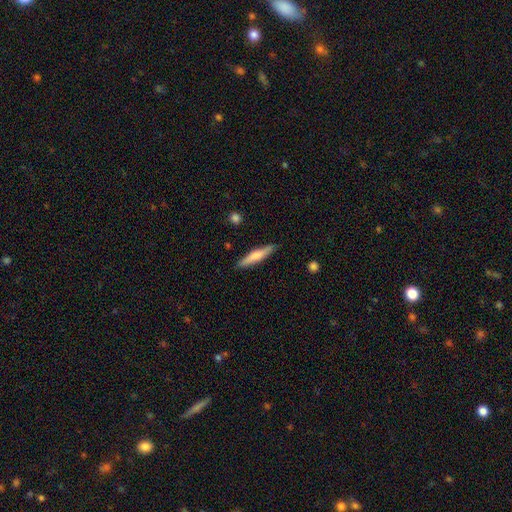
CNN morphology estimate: Overall: smooth (62%; featured or disk 33%). How rounded: cigar-shaped (89%). Merging: none (88%).